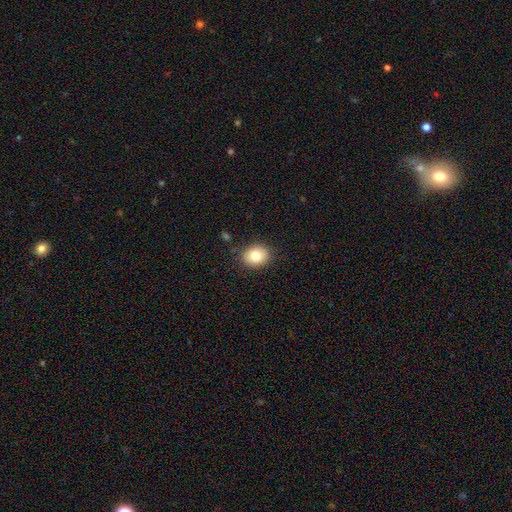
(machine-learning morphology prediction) smooth_or_featured: smooth (p=0.82) [alt: featured or disk p=0.09]
how_rounded: round (p=0.58) [alt: in between p=0.41]
merging: none (p=0.87) [alt: minor disturbance p=0.09]